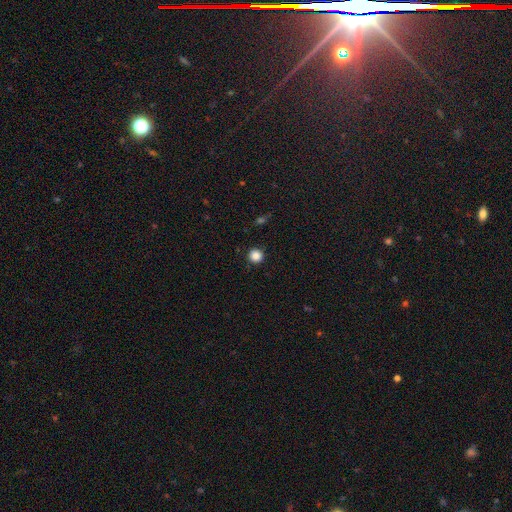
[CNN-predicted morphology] Overall: smooth (86%). How rounded: round (96%). Merging: none (92%).